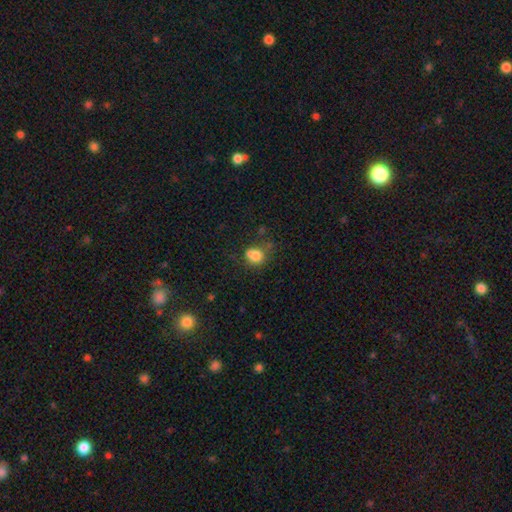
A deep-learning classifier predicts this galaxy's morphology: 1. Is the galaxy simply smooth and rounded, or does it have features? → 76% smooth, 12% featured or disk, 12% star or artifact.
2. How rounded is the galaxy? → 74% round, 25% in between, 1% cigar-shaped.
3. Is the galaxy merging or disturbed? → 46% none, 27% merger, 18% minor disturbance, 9% major disturbance.